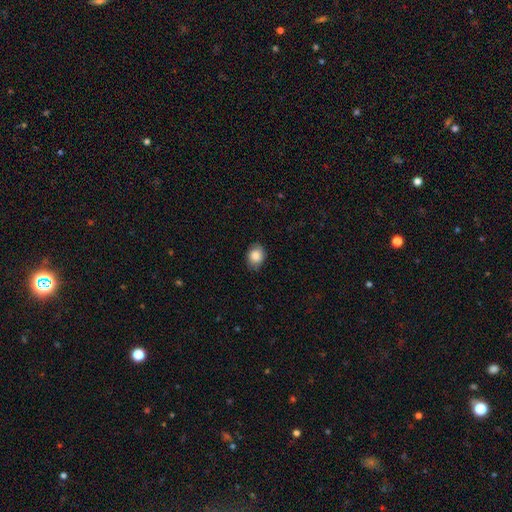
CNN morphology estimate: Q: Smooth or featured?
A: smooth (85%); runner-up: star or artifact (8%)
Q: How rounded?
A: in between (54%); runner-up: round (45%)
Q: Merging?
A: none (79%); runner-up: minor disturbance (17%)